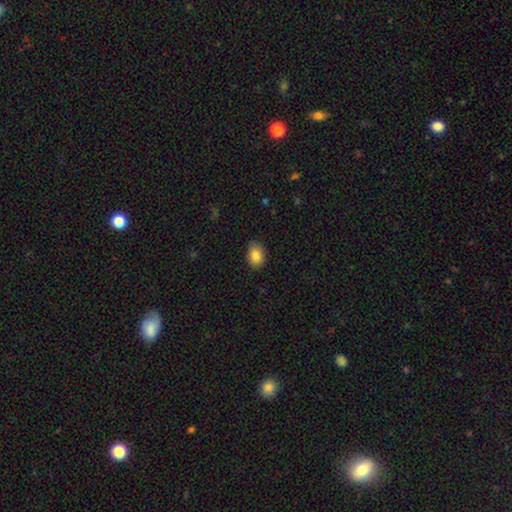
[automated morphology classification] Smooth or featured?
  - smooth: 85% *
  - star or artifact: 8%
  - featured or disk: 7%
How rounded?
  - in between: 83% *
  - round: 16%
  - cigar-shaped: 1%
Merging?
  - none: 84% *
  - minor disturbance: 13%
  - major disturbance: 2%
  - merger: 1%